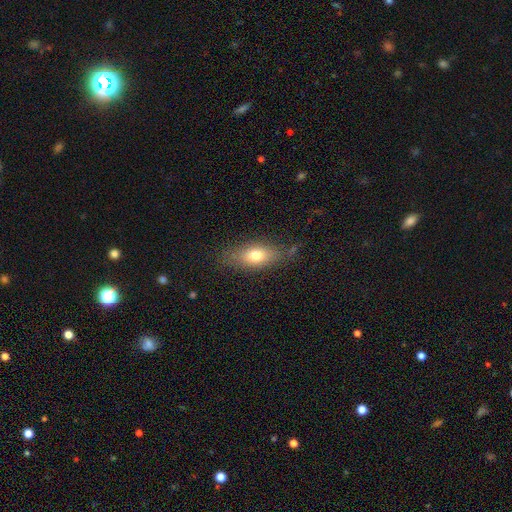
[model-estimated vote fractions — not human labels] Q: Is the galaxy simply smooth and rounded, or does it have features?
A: smooth — 72%.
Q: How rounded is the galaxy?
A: in between — 79%.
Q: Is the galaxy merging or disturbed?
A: none — 74%.